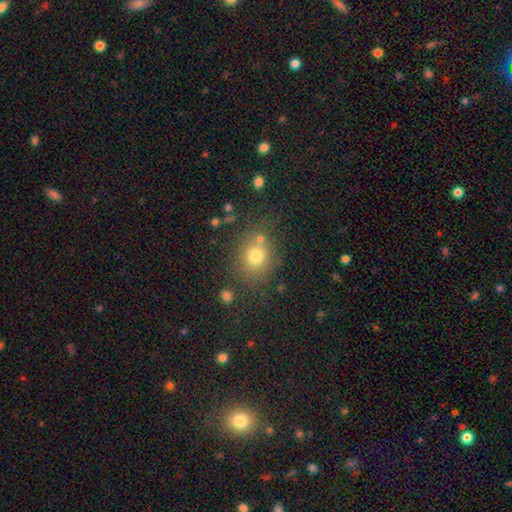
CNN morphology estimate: A smooth galaxy with no disk features (74%) that is round (76%).

Vote fractions:
- Smooth or featured? smooth: 74% / star or artifact: 15% / featured or disk: 11%
- How rounded? round: 76% / in between: 22% / cigar-shaped: 1%
- Merging? none: 70% / merger: 13% / minor disturbance: 12% / major disturbance: 5%